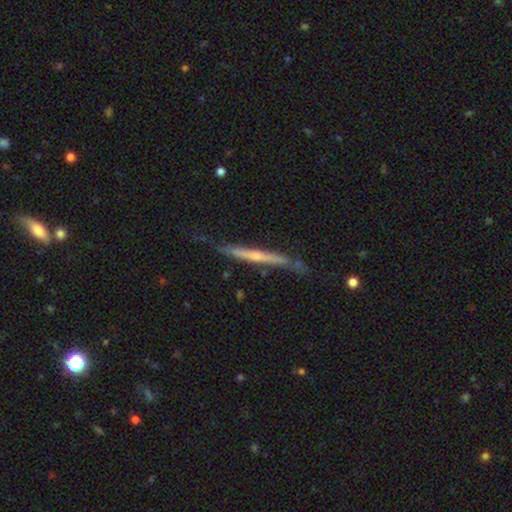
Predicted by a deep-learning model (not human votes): Smooth or featured? Predicted: featured or disk (p=0.67). Edge-on disk? Predicted: yes (p=0.96). Edge-on bulge? Predicted: rounded (p=0.51). Merging? Predicted: none (p=0.70).